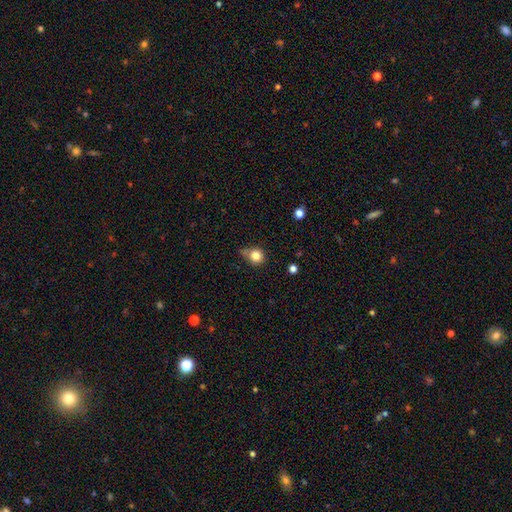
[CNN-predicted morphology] smooth_or_featured: smooth (p=0.81) [alt: star or artifact p=0.11]
how_rounded: round (p=0.83) [alt: in between p=0.16]
merging: none (p=0.55) [alt: minor disturbance p=0.27]